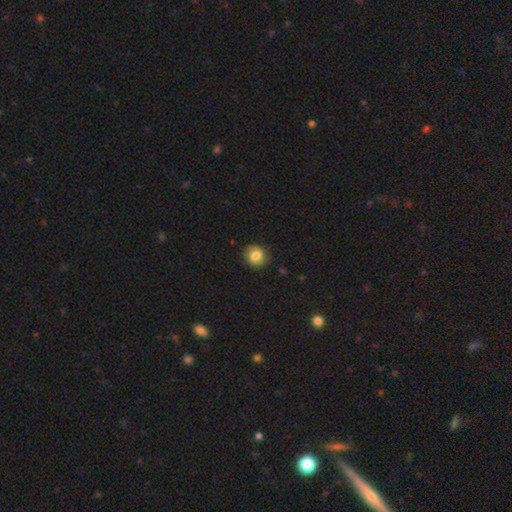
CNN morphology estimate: Smooth or featured? Predicted: smooth (p=0.79). How rounded? Predicted: round (p=0.83). Merging? Predicted: none (p=0.80).